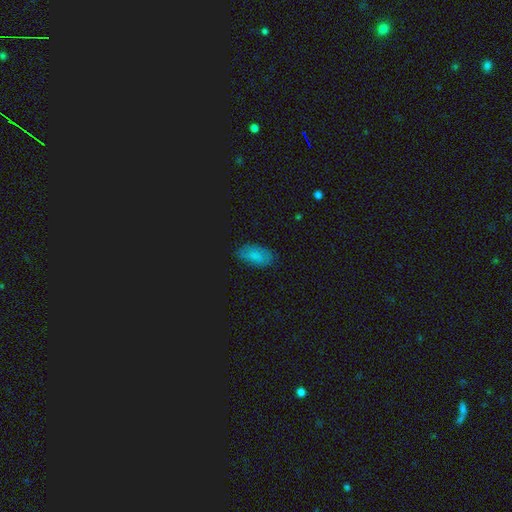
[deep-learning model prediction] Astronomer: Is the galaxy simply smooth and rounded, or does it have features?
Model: smooth — 71%.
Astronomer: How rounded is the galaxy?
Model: in between — 93%.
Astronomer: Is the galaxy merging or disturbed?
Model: none — 79%.